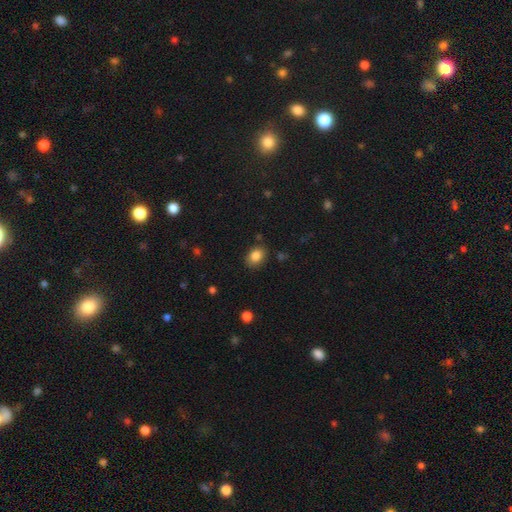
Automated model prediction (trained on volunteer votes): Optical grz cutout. It shows a smooth galaxy with no disk features (85%) that is in between round and cigar-shaped (66%). Merging: none (83%).